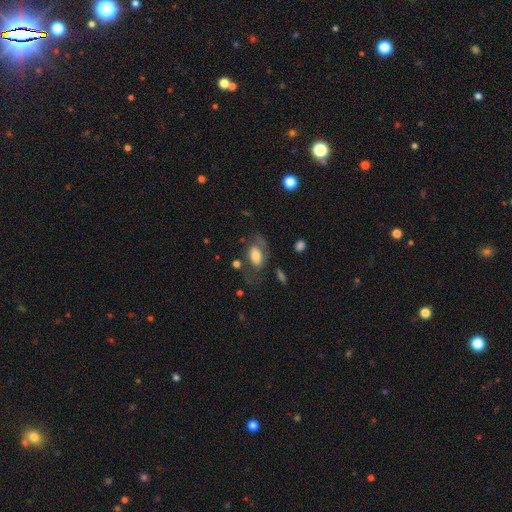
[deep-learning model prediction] Overall: smooth (54%; featured or disk 38%). How rounded: in between (88%). Merging: none (50%; major disturbance 25%).